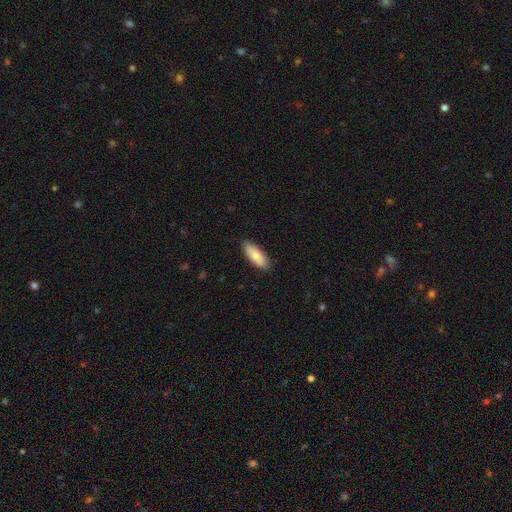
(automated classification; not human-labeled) A smooth galaxy with no disk features (84%) that is in between round and cigar-shaped (76%). Merging: none (88%).